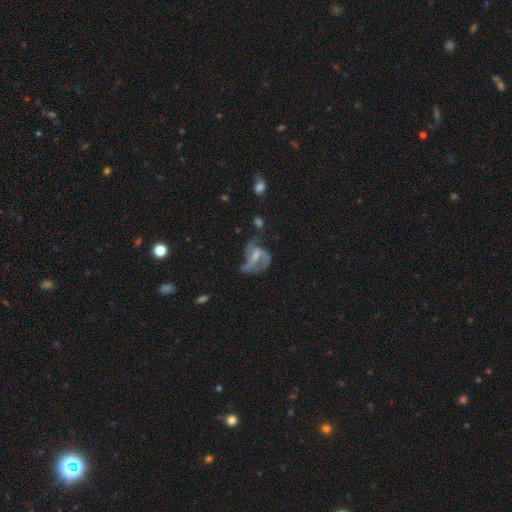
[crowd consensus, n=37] Volunteers were most divided on "bulge size": moderate: 41%, small: 33%, none: 19%, large: 7%, dominant: 0%. Remaining: edge-on disk — no (100%); spiral arms — yes (89%); smooth or featured — featured or disk (73%); spiral arm count — 3 (62%); spiral winding — medium (58%); merging — major disturbance (46%); bar — weak (44%).